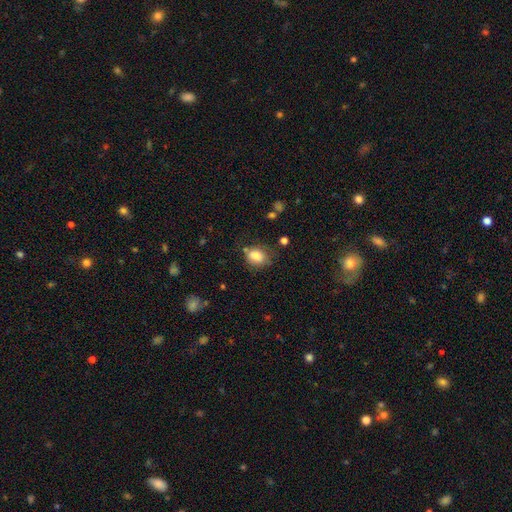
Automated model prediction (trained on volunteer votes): Smooth or featured? Predicted: smooth (p=0.82). How rounded? Predicted: in between (p=0.53). Merging? Predicted: none (p=0.61).